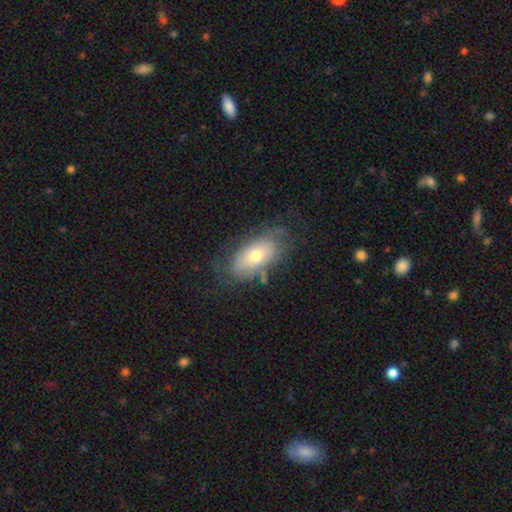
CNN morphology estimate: smooth 52%, featured or disk 41%, star or artifact 8%. Down the decision tree: how rounded — in between (90%); merging — none (63%).